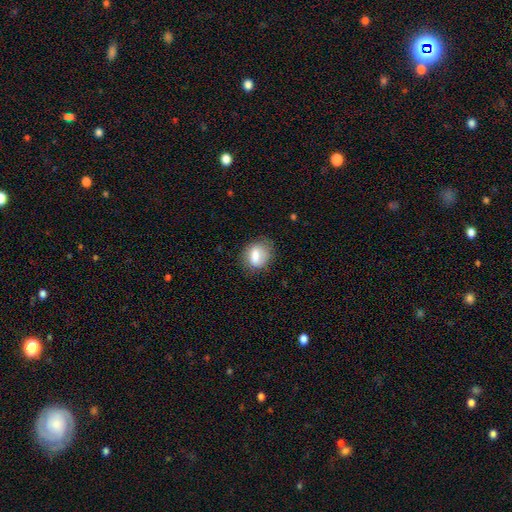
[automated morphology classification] smooth 74%, featured or disk 18%, star or artifact 8%. Down the decision tree: how rounded — in between (61%); merging — none (65%).